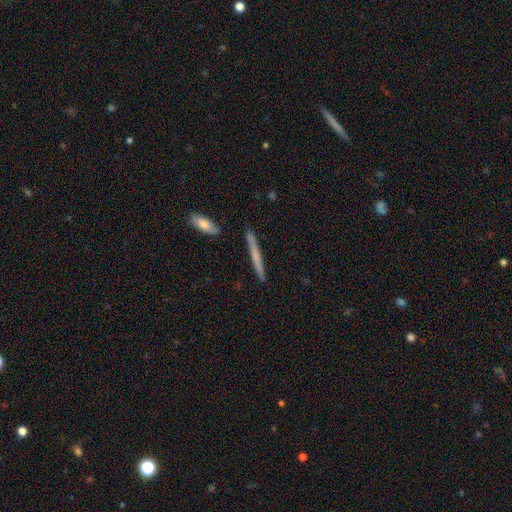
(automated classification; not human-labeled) Smooth or featured: smooth — 51% (featured or disk — 43%)
How rounded: cigar-shaped — 96% (in between — 3%)
Merging: none — 89% (minor disturbance — 7%)